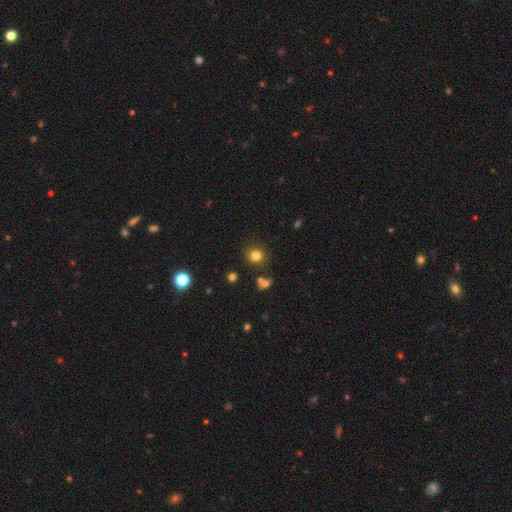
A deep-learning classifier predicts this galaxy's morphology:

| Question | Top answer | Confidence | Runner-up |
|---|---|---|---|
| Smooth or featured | smooth | 78% | star or artifact (15%) |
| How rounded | round | 89% | in between (10%) |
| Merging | none | 84% | minor disturbance (8%) |